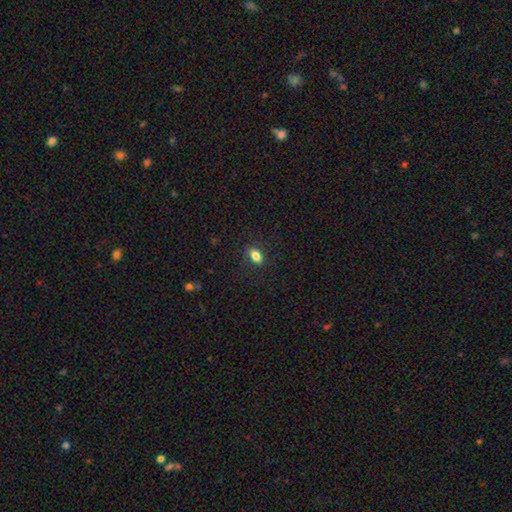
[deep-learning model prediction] smooth 83%, star or artifact 10%, featured or disk 7%. Down the decision tree: how rounded — in between (84%); merging — none (84%).